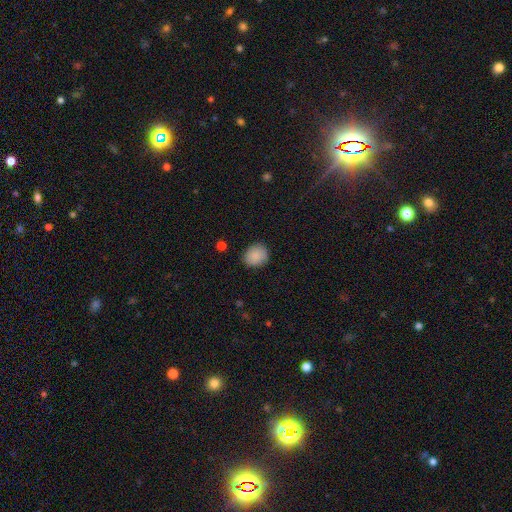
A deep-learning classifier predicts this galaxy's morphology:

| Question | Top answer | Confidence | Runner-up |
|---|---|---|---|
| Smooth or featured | smooth | 87% | star or artifact (8%) |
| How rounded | round | 72% | in between (27%) |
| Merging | none | 85% | minor disturbance (11%) |